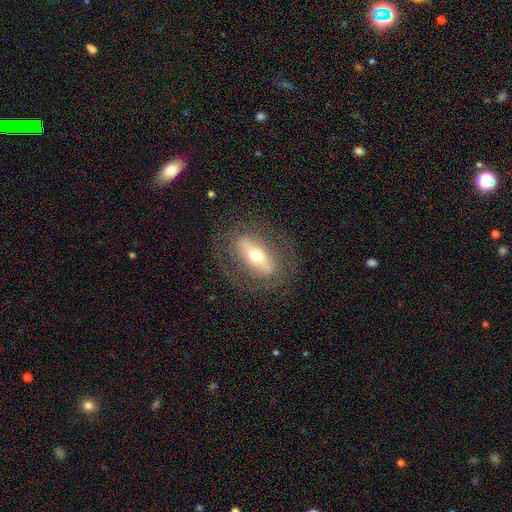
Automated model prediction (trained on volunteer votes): Smooth or featured?
  - featured or disk: 59% *
  - smooth: 33%
  - star or artifact: 8%
Edge-on disk?
  - no: 74% *
  - yes: 26%
Merging?
  - none: 78% *
  - minor disturbance: 12%
  - major disturbance: 9%
  - merger: 1%